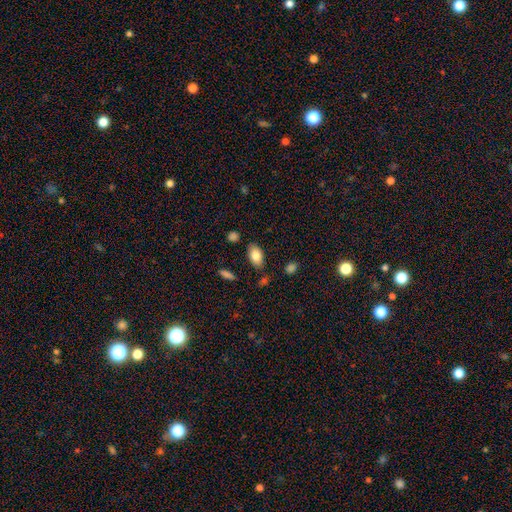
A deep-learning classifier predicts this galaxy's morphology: The model was most divided on "merging": none: 83%, minor disturbance: 11%, merger: 3%, major disturbance: 3%. More confident: how rounded — in between (92%); smooth or featured — smooth (83%).